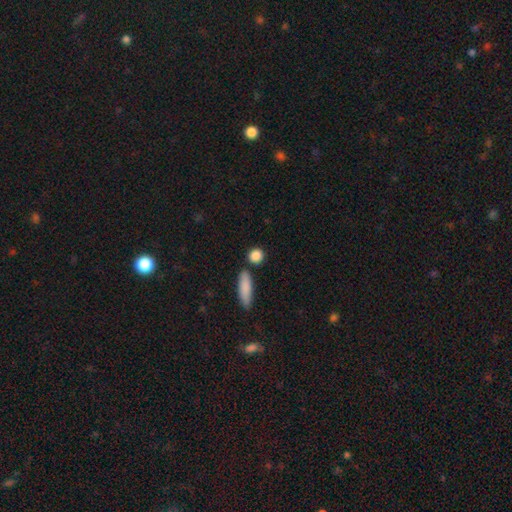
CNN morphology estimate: A smooth galaxy with no disk features (87%) that is round (69%).

Vote fractions:
- Smooth or featured? smooth: 87% / star or artifact: 7% / featured or disk: 5%
- How rounded? round: 69% / in between: 23% / cigar-shaped: 8%
- Merging? none: 78% / minor disturbance: 10% / merger: 9% / major disturbance: 3%